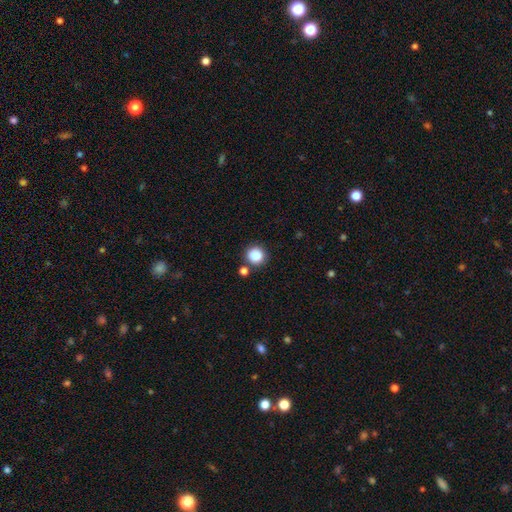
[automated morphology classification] smooth-or-featured: smooth: 86% | star or artifact: 10% | featured or disk: 5%
  how-rounded: round: 92% | in between: 7% | cigar-shaped: 1%
  merging: none: 77% | merger: 10% | minor disturbance: 10% | major disturbance: 3%